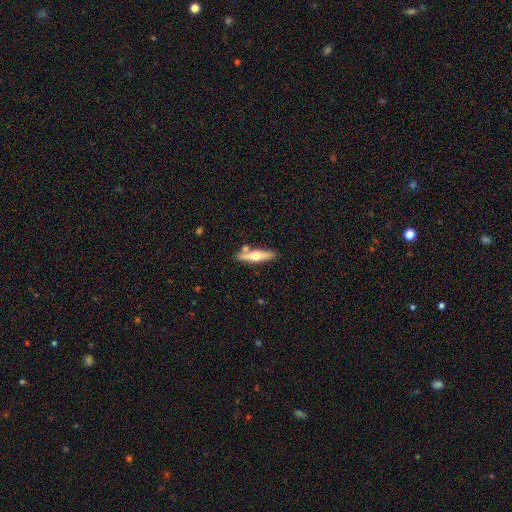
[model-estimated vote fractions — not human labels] featured or disk 55%, smooth 40%, star or artifact 5%. Down the decision tree: edge-on disk — yes (92%); edge-on bulge — rounded (94%); merging — none (77%).